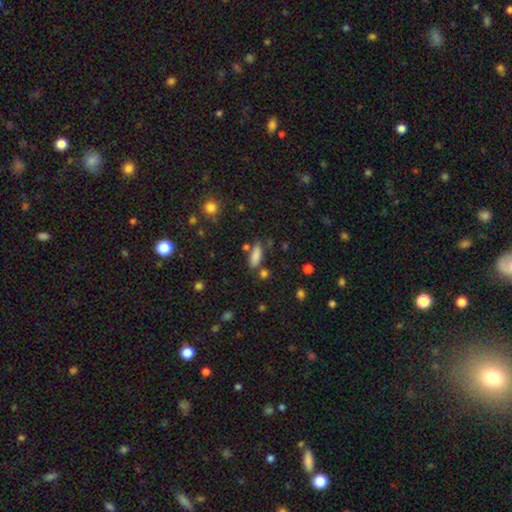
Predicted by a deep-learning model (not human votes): smooth 83%, star or artifact 10%, featured or disk 7%. Down the decision tree: how rounded — in between (68%); merging — none (70%).